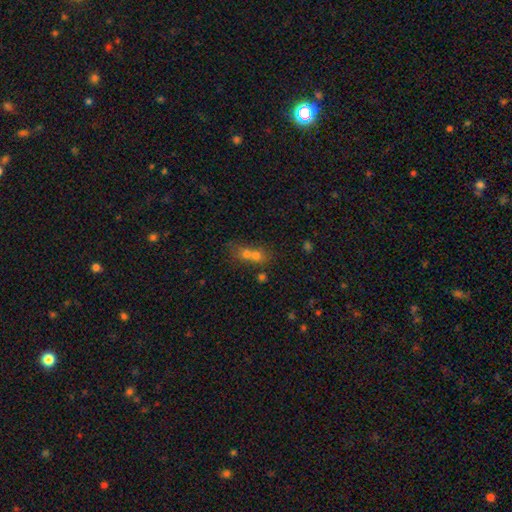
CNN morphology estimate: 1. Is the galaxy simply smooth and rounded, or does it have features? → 64% smooth, 20% featured or disk, 15% star or artifact.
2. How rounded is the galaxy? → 62% round, 35% in between, 3% cigar-shaped.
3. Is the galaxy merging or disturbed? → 69% merger, 22% none, 6% minor disturbance, 4% major disturbance.